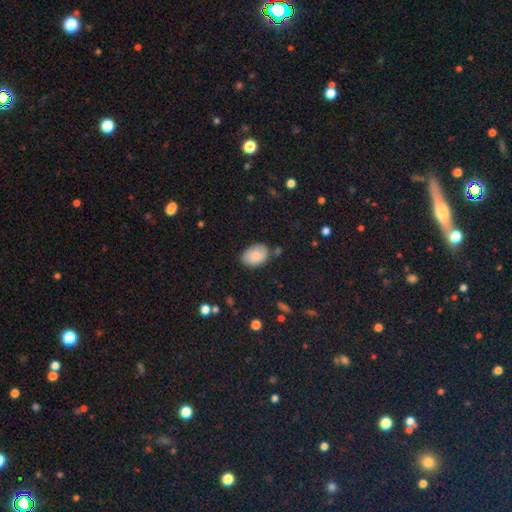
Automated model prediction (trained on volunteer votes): Q: Smooth or featured?
A: smooth (86%); runner-up: star or artifact (7%)
Q: How rounded?
A: in between (85%); runner-up: round (14%)
Q: Merging?
A: none (72%); runner-up: minor disturbance (20%)